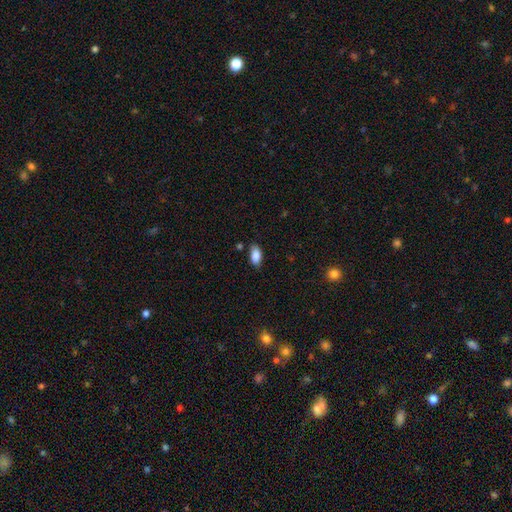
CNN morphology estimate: Overall: smooth (87%). How rounded: in between (92%). Merging: none (78%).